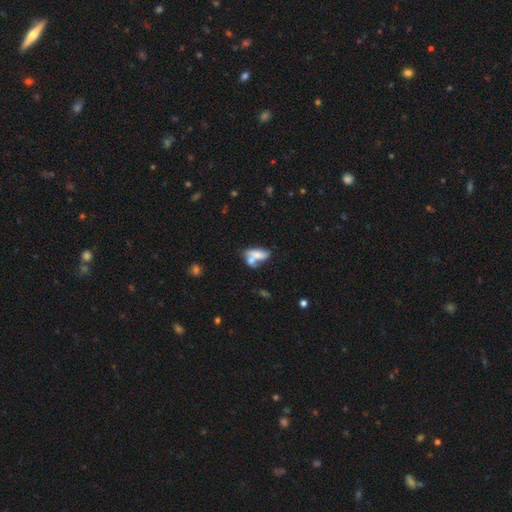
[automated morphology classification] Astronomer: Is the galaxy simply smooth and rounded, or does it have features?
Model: smooth — 62%.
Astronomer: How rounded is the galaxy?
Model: in between — 81%.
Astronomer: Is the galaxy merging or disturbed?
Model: merger — 56%.